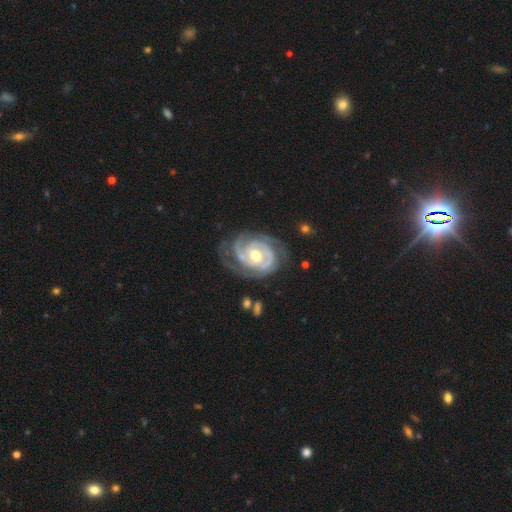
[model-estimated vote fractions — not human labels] A featured or disk galaxy (92%) with no bar (51%), 2 (38%) tight (70%) spiral arms (98%) and a moderate central bulge (75%).

Vote fractions:
- Smooth or featured? featured or disk: 92% / smooth: 4% / star or artifact: 4%
- Edge-on disk? no: 98% / yes: 2%
- Bar? no: 51% / weak: 36% / strong: 13%
- Spiral arms? yes: 98% / no: 2%
- Spiral winding? tight: 70% / medium: 25% / loose: 4%
- Spiral arm count? 2: 38% / 3: 33% / can't tell: 14% / 4: 6% / 1: 5% / more than 4: 4%
- Bulge size? moderate: 75% / small: 15% / large: 9% / none: 1% / dominant: 1%
- Merging? none: 66% / minor disturbance: 21% / major disturbance: 11% / merger: 2%